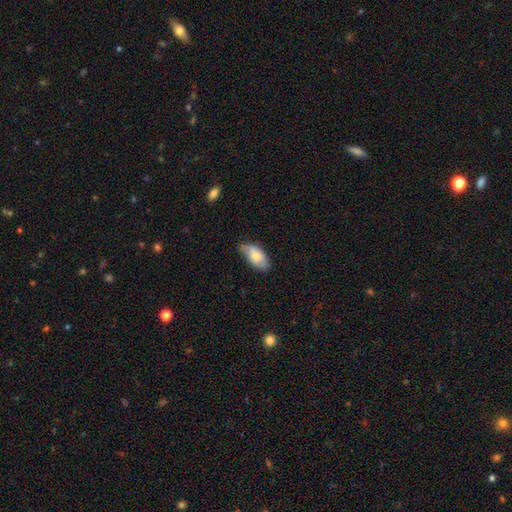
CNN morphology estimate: Smooth or featured? Predicted: smooth (p=0.74). How rounded? Predicted: in between (p=0.94). Merging? Predicted: none (p=0.57).